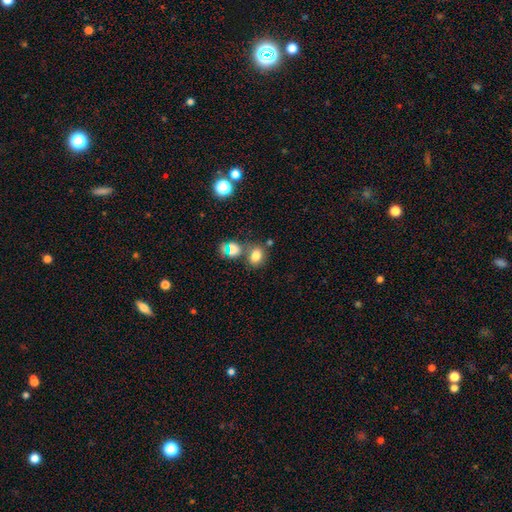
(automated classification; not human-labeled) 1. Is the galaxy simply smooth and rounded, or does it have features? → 76% smooth, 16% star or artifact, 8% featured or disk.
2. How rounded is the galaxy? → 51% in between, 48% round, 1% cigar-shaped.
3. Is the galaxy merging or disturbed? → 61% none, 22% merger, 12% minor disturbance, 5% major disturbance.